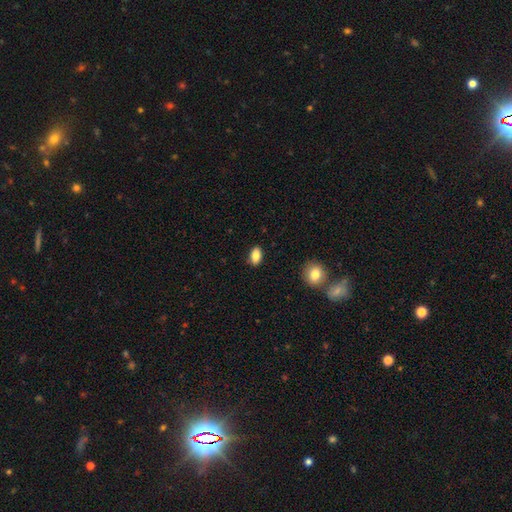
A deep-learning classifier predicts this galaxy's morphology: smooth_or_featured: smooth (p=0.83) [alt: featured or disk p=0.09]
how_rounded: in between (p=0.89) [alt: round p=0.07]
merging: none (p=0.87) [alt: minor disturbance p=0.09]